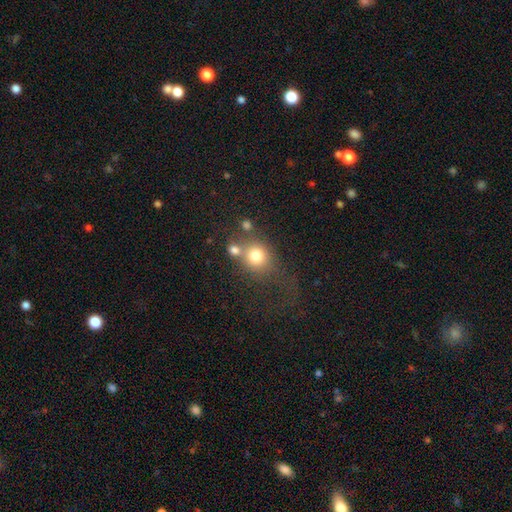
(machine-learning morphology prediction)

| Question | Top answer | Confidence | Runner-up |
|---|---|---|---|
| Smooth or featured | smooth | 76% | star or artifact (13%) |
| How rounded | round | 79% | in between (20%) |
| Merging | none | 47% | merger (30%) |